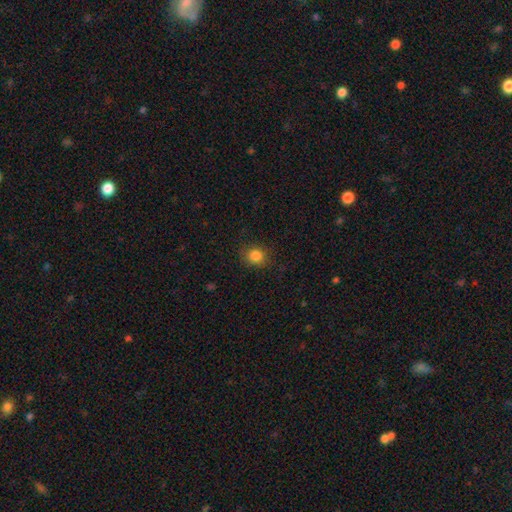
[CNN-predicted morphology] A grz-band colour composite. It shows a smooth galaxy with no disk features (84%) that is round (77%). Merging: none (86%).